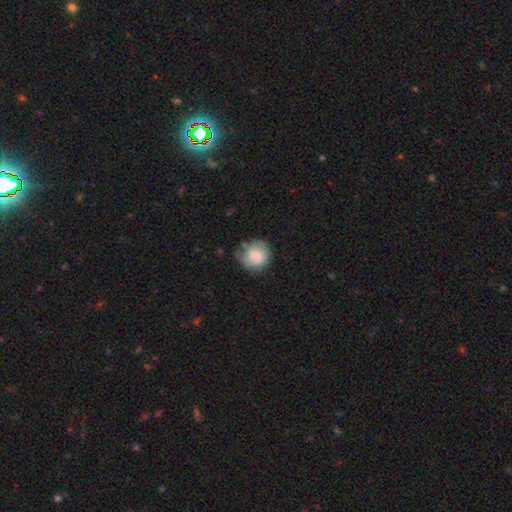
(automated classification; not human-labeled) A smooth galaxy with no disk features (58%) that is round (85%). Merging: none (61%).